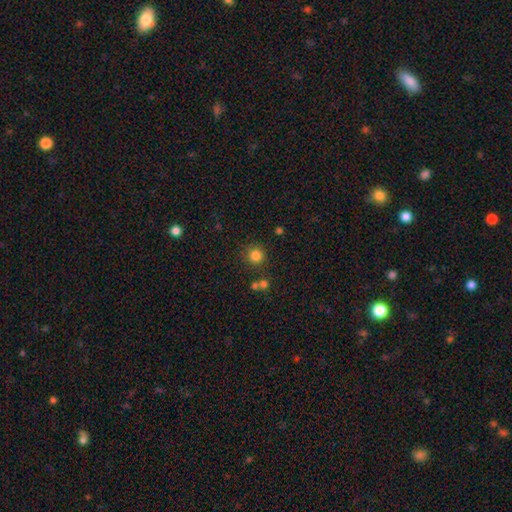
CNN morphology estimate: smooth_or_featured: smooth (p=0.82) [alt: star or artifact p=0.13]
how_rounded: round (p=0.94) [alt: in between p=0.05]
merging: none (p=0.83) [alt: minor disturbance p=0.08]